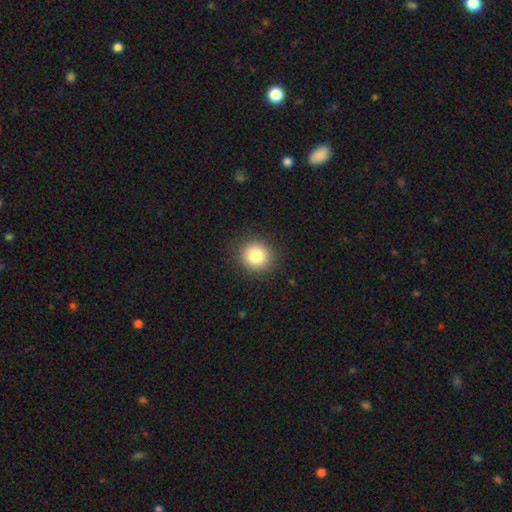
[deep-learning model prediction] Overall: smooth (83%). How rounded: round (90%). Merging: none (91%).